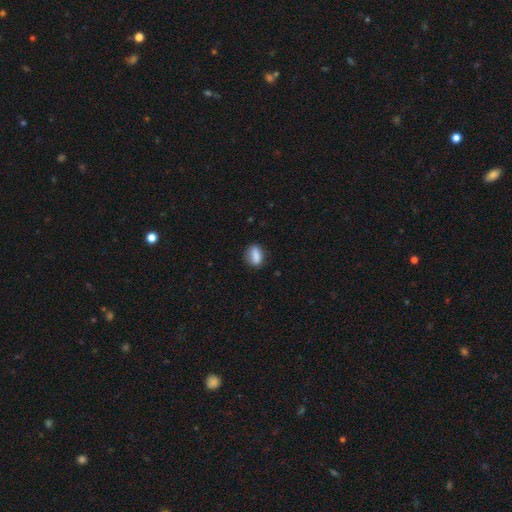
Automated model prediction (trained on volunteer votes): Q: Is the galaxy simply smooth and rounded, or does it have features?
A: smooth — 83%.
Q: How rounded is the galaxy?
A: in between — 71%.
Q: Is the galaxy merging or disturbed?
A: none — 78%.